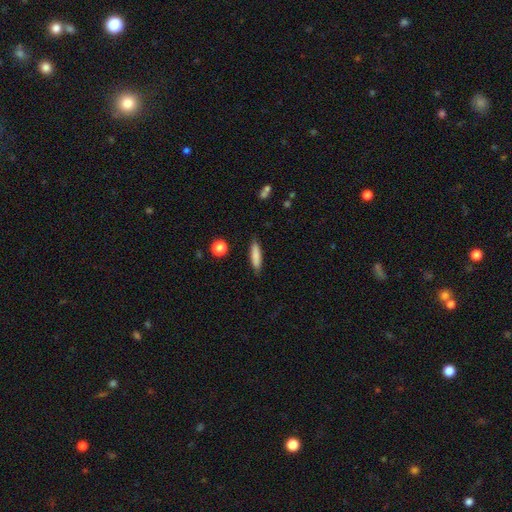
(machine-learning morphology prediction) Smooth or featured? Predicted: smooth (p=0.82). How rounded? Predicted: cigar-shaped (p=0.77). Merging? Predicted: none (p=0.87).